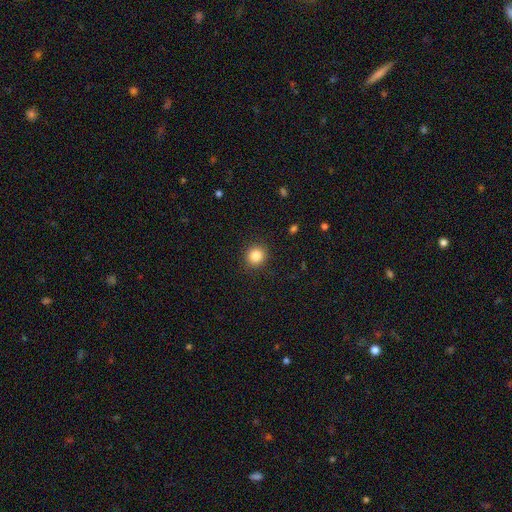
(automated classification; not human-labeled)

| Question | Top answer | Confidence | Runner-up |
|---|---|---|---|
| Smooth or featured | smooth | 85% | star or artifact (10%) |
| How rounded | round | 91% | in between (9%) |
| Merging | none | 90% | minor disturbance (6%) |